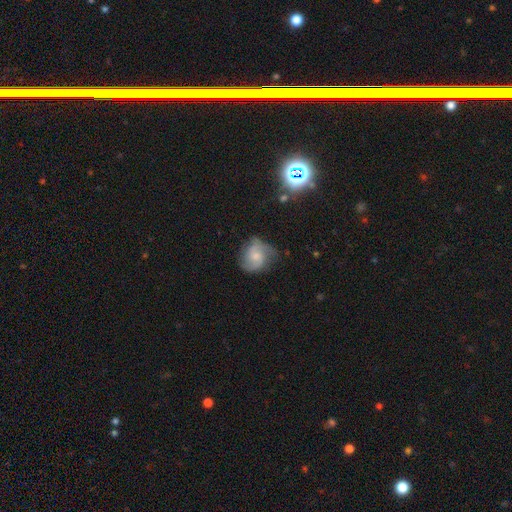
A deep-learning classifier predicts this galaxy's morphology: A featured or disk galaxy (68%) with no bar (62%), 2 (74%) medium (49%) spiral arms (93%) and a moderate central bulge (41%).

Vote fractions:
- Smooth or featured? featured or disk: 68% / smooth: 24% / star or artifact: 8%
- Edge-on disk? no: 97% / yes: 3%
- Bar? no: 62% / weak: 34% / strong: 5%
- Spiral arms? yes: 93% / no: 7%
- Spiral winding? medium: 49% / tight: 26% / loose: 25%
- Spiral arm count? 2: 74% / can't tell: 11% / 3: 8% / 1: 3% / 4: 2% / more than 4: 2%
- Bulge size? moderate: 41% / small: 40% / none: 12% / large: 6% / dominant: 1%
- Merging? none: 64% / minor disturbance: 24% / major disturbance: 10% / merger: 2%